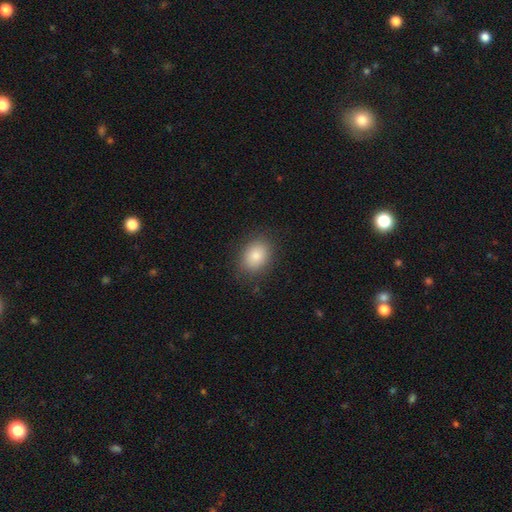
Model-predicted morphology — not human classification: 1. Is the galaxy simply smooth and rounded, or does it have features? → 83% smooth, 9% star or artifact, 8% featured or disk.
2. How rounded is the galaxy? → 62% in between, 37% round, 1% cigar-shaped.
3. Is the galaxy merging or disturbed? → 85% none, 10% minor disturbance, 3% major disturbance, 1% merger.